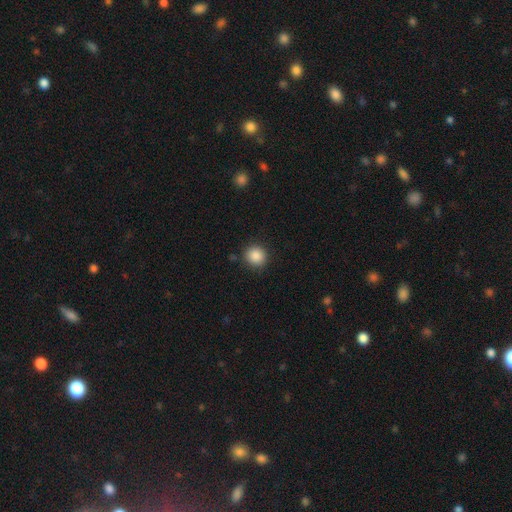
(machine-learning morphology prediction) A smooth galaxy with no disk features (87%) that is round (90%).

Vote fractions:
- Smooth or featured? smooth: 87% / star or artifact: 9% / featured or disk: 3%
- How rounded? round: 90% / in between: 9% / cigar-shaped: 1%
- Merging? none: 89% / minor disturbance: 7% / major disturbance: 2% / merger: 2%